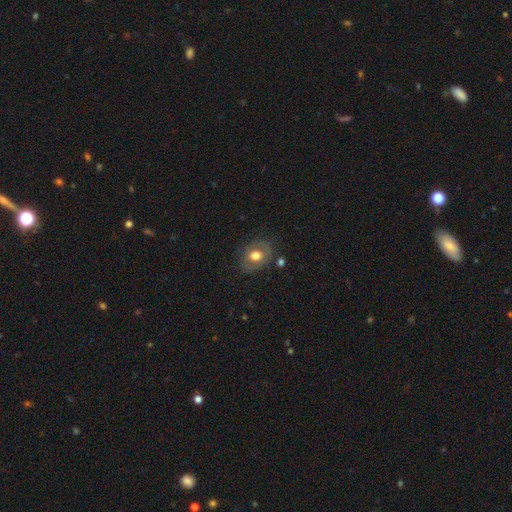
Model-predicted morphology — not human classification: type=smooth (63%); roundness=in between (50%); merging=none (76%).